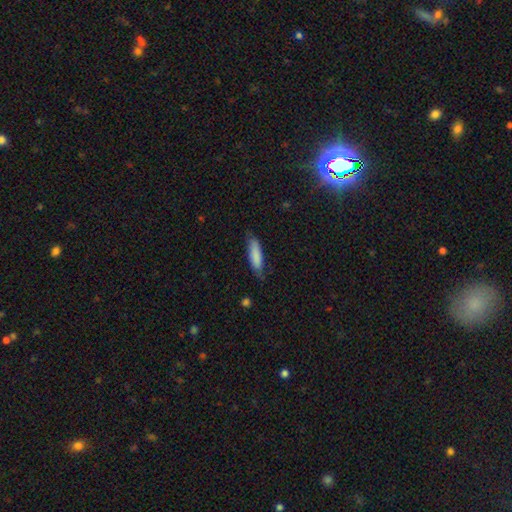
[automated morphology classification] This is clearly a smooth galaxy (84%). How rounded: possibly cigar-shaped (56%). Merging: likely none (69%).